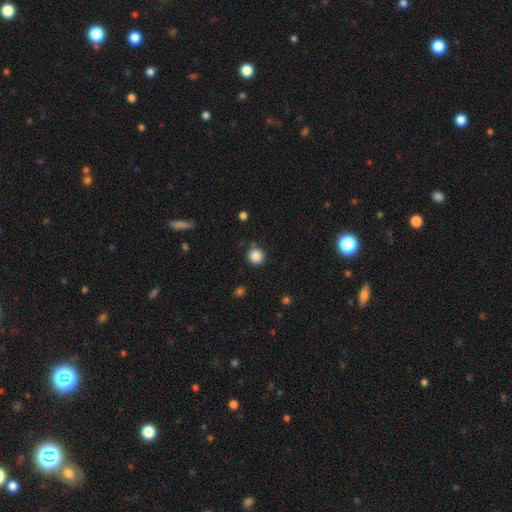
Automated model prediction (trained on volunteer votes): smooth 86%, star or artifact 10%, featured or disk 3%. Down the decision tree: how rounded — round (93%); merging — none (83%).